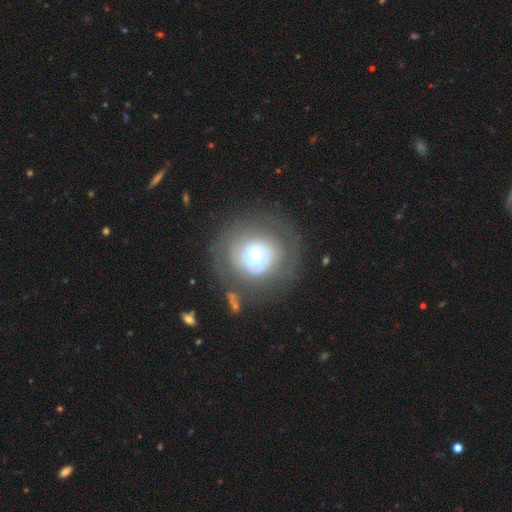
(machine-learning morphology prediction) The model was most divided on "bulge size": moderate: 47%, small: 37%, large: 12%, dominant: 3%, none: 2%. More confident: edge-on disk — no (97%); bar — no (76%); spiral arms — yes (70%); merging — none (62%); smooth or featured — featured or disk (62%).